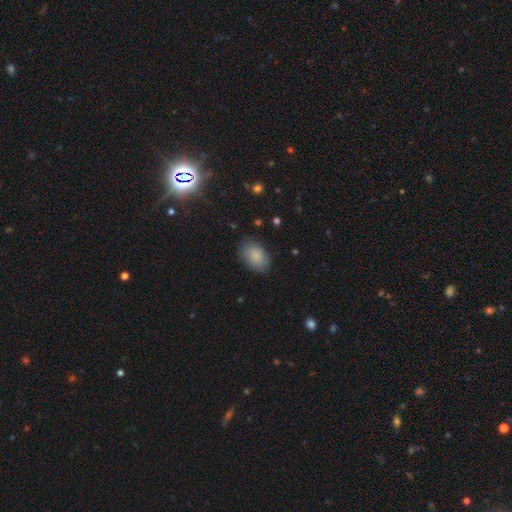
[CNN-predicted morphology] A smooth galaxy with no disk features (84%) that is in between round and cigar-shaped (85%).

Vote fractions:
- Smooth or featured? smooth: 84% / featured or disk: 9% / star or artifact: 8%
- How rounded? in between: 85% / round: 14% / cigar-shaped: 1%
- Merging? none: 80% / minor disturbance: 15% / major disturbance: 4% / merger: 1%